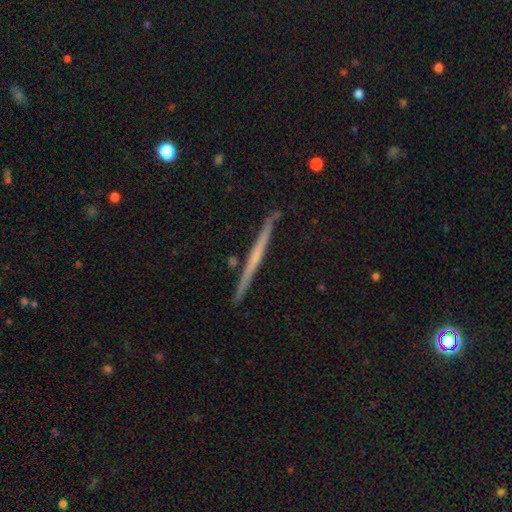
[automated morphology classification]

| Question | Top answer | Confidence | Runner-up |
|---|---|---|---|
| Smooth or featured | featured or disk | 63% | smooth (32%) |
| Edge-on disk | yes | 98% | no (2%) |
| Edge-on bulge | none | 83% | rounded (12%) |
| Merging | none | 90% | minor disturbance (7%) |